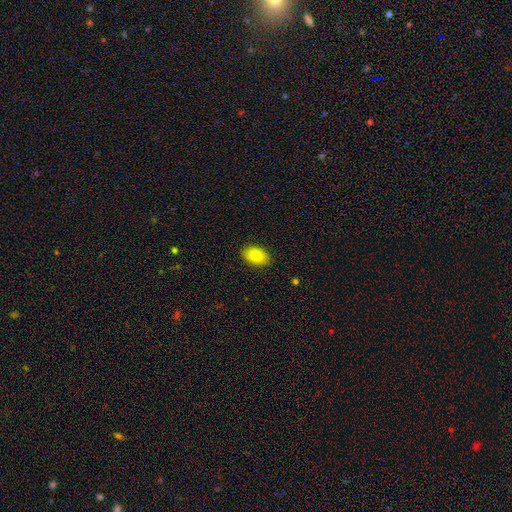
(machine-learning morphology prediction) A smooth galaxy with no disk features (84%) that is in between round and cigar-shaped (90%).

Vote fractions:
- Smooth or featured? smooth: 84% / featured or disk: 9% / star or artifact: 8%
- How rounded? in between: 90% / round: 9% / cigar-shaped: 1%
- Merging? none: 88% / minor disturbance: 9% / major disturbance: 2% / merger: 1%